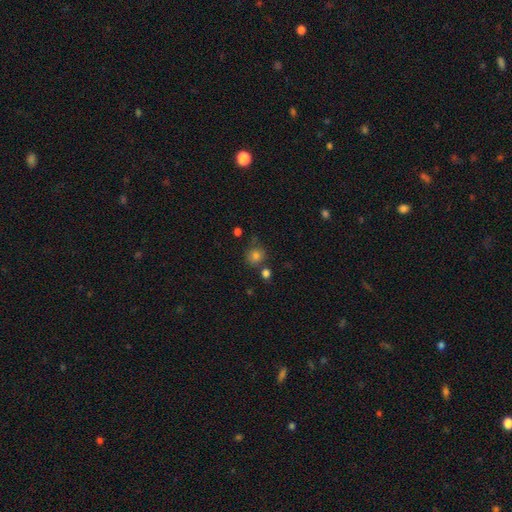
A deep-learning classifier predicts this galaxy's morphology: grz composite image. It shows a smooth galaxy with no disk features (80%) that is round (85%). Merging: none (71%).